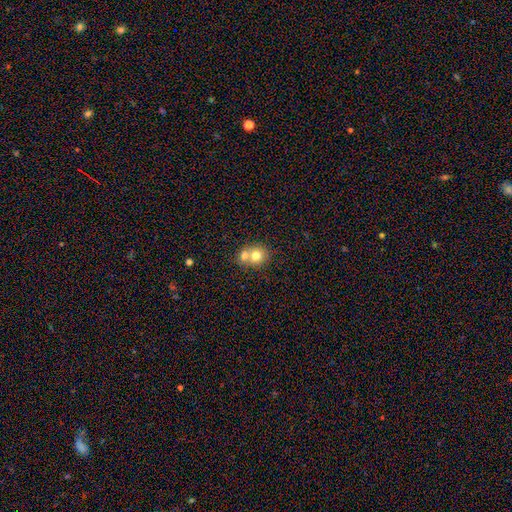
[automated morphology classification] Smooth or featured? smooth (74%)
How rounded? round (77%)
Merging? merger (59%)